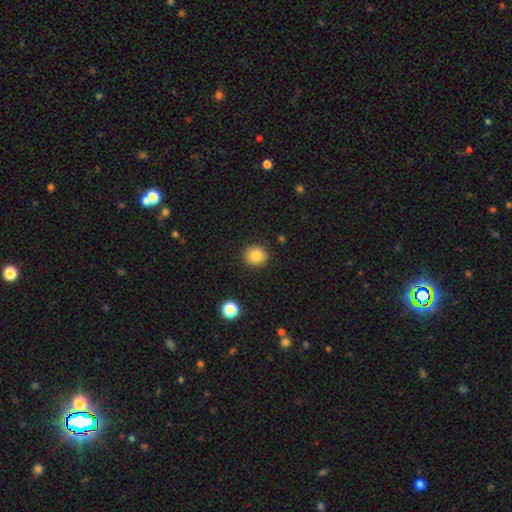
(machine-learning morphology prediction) Smooth or featured?
  - smooth: 84% *
  - star or artifact: 10%
  - featured or disk: 6%
How rounded?
  - round: 84% *
  - in between: 15%
  - cigar-shaped: 1%
Merging?
  - none: 91% *
  - minor disturbance: 6%
  - major disturbance: 2%
  - merger: 1%